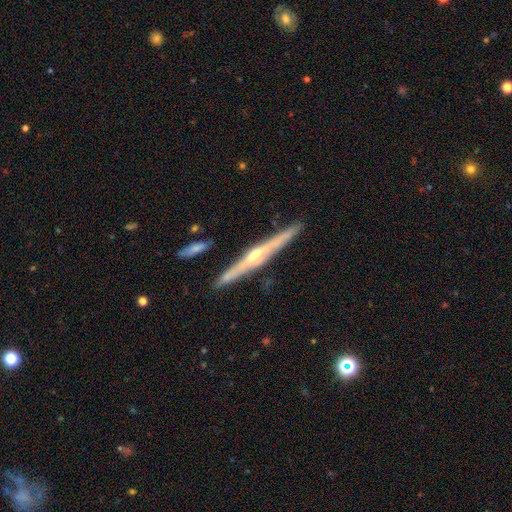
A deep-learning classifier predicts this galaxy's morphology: The model was most divided on "smooth or featured": featured or disk: 81%, smooth: 13%, star or artifact: 5%. More confident: edge-on disk — yes (98%); merging — none (89%); edge-on bulge — rounded (83%).